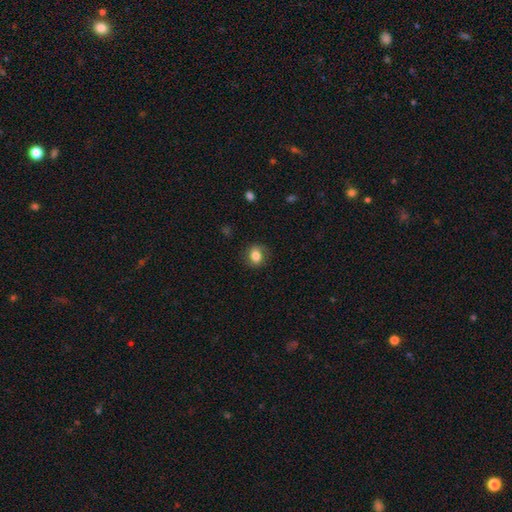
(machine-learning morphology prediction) A smooth galaxy with no disk features (79%) that is round (55%).

Vote fractions:
- Smooth or featured? smooth: 79% / featured or disk: 13% / star or artifact: 9%
- How rounded? round: 55% / in between: 44% / cigar-shaped: 1%
- Merging? none: 79% / minor disturbance: 15% / major disturbance: 5% / merger: 1%